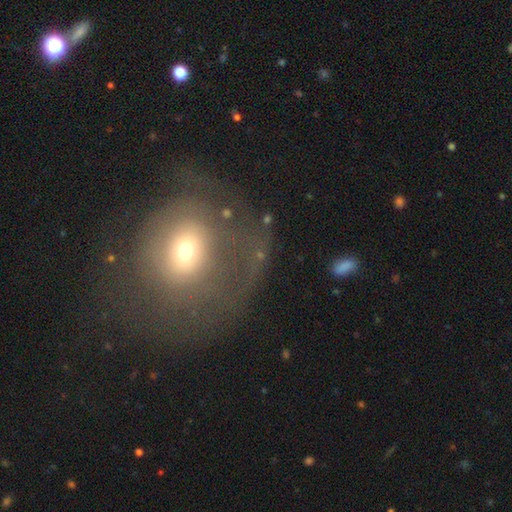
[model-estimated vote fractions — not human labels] This appears to be a smooth galaxy with no disk features (50%) that is round (73%). Merging: none (50%).